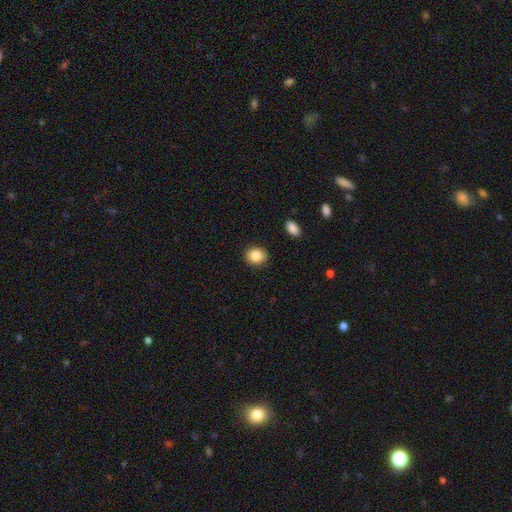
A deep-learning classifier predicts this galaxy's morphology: Smooth or featured? Predicted: smooth (p=0.86). How rounded? Predicted: round (p=0.64). Merging? Predicted: none (p=0.90).